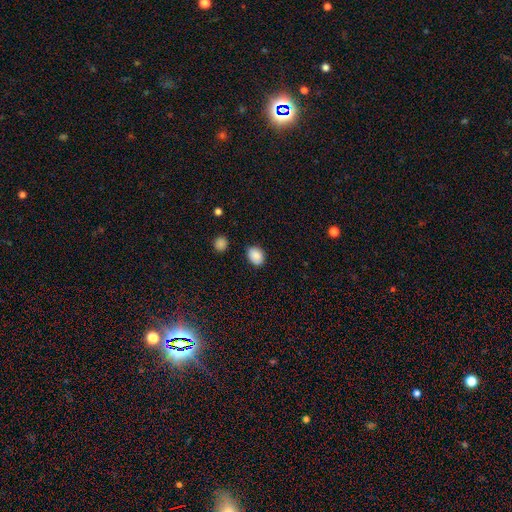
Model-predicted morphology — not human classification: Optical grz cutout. It shows a smooth galaxy with no disk features (88%) that is in between round and cigar-shaped (63%). Merging: none (85%).